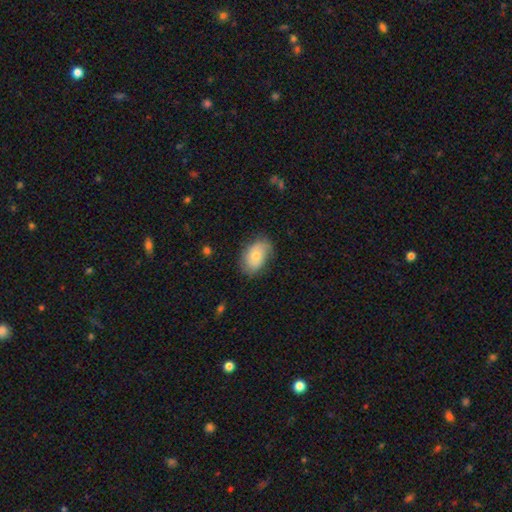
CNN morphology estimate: Smooth or featured? smooth (71%)
How rounded? in between (88%)
Merging? none (73%)